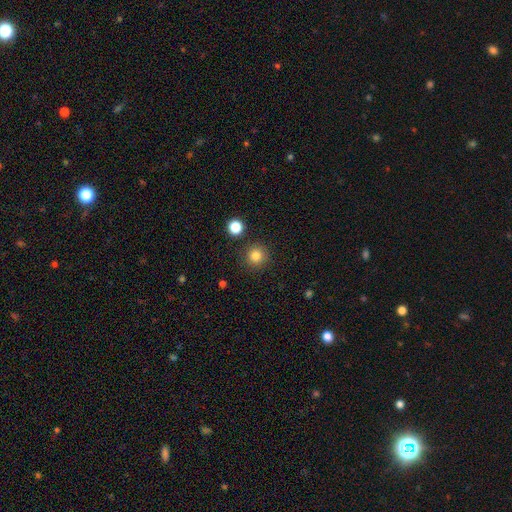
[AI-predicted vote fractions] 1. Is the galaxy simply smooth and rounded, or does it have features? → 83% smooth, 12% star or artifact, 5% featured or disk.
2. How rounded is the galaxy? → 94% round, 5% in between, 1% cigar-shaped.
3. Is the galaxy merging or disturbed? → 88% none, 7% minor disturbance, 3% merger, 2% major disturbance.